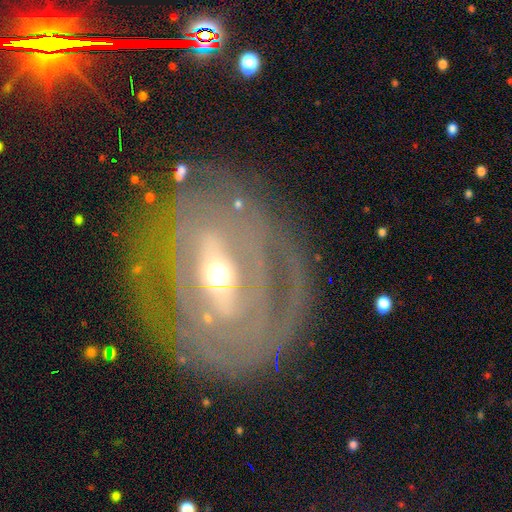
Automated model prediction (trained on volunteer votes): featured or disk 85%, smooth 9%, star or artifact 7%. Down the decision tree: edge-on disk — no (92%); bar — strong (52%); spiral arms — yes (75%); spiral arm count — can't tell (47%); spiral winding — tight (72%); bulge size — moderate (53%); merging — none (73%).